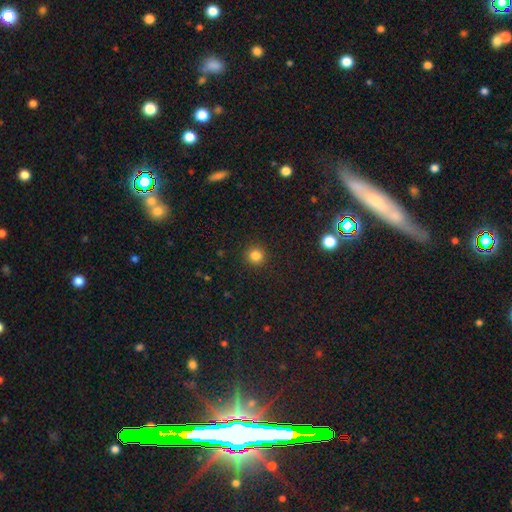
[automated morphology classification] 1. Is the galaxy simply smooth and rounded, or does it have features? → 83% smooth, 13% star or artifact, 4% featured or disk.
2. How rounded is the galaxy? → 93% round, 6% in between, 1% cigar-shaped.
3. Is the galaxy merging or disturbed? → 92% none, 5% minor disturbance, 2% major disturbance, 1% merger.